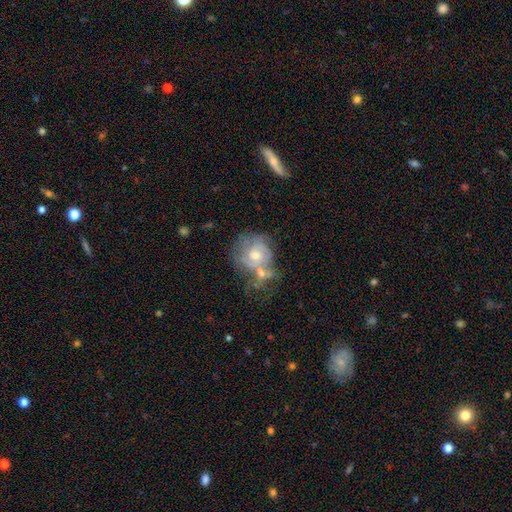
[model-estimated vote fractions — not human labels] Overall: featured or disk (75%). Edge-on disk: no (98%). Bar: no (68%). Spiral arms: yes (86%). Spiral arm count: 2 (37%; can't tell 34%). Spiral winding: tight (57%; medium 33%). Bulge size: moderate (61%; small 32%). Merging: merger (35%, tied with none).